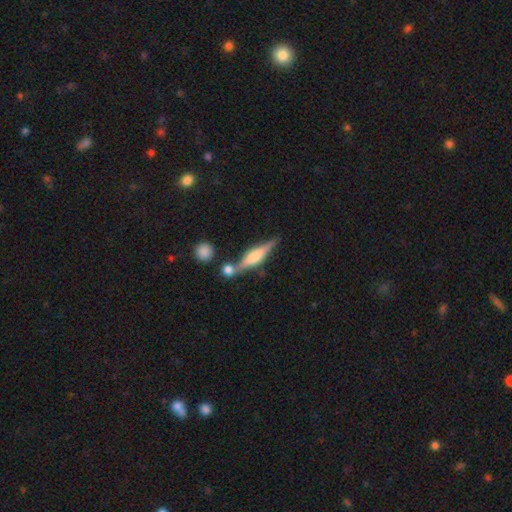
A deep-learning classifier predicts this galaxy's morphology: type=featured or disk (70%); edge-on=yes (96%); edge-on bulge=rounded (69%); merging=none (69%).